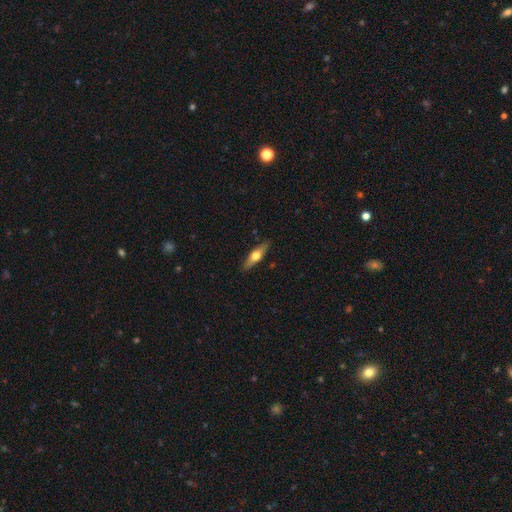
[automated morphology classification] A featured or disk galaxy (54%) viewed edge-on (92%).

Vote fractions:
- Smooth or featured? featured or disk: 54% / smooth: 41% / star or artifact: 6%
- Edge-on disk? yes: 92% / no: 8%
- Merging? none: 88% / minor disturbance: 9% / major disturbance: 2% / merger: 1%